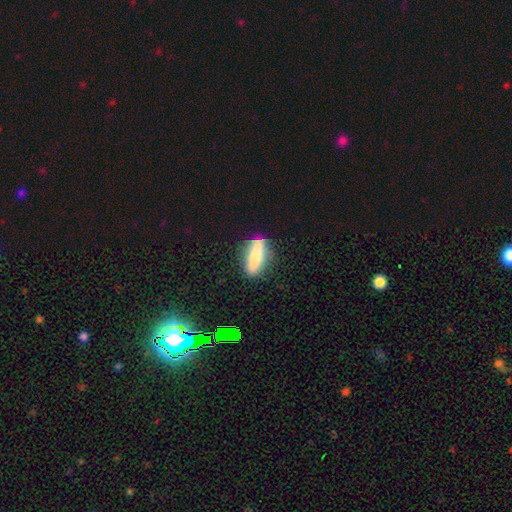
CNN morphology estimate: Q: Smooth or featured?
A: smooth (73%); runner-up: featured or disk (20%)
Q: How rounded?
A: in between (49%); runner-up: cigar-shaped (48%)
Q: Merging?
A: none (74%); runner-up: minor disturbance (18%)